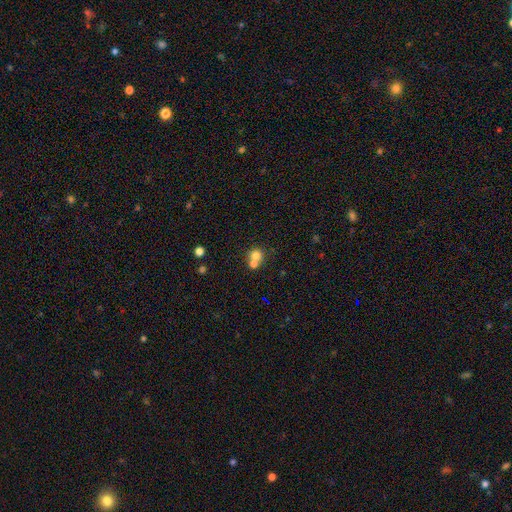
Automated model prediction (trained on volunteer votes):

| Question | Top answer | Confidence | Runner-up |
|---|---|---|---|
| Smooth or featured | smooth | 73% | featured or disk (15%) |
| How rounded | round | 85% | in between (14%) |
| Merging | merger | 55% | none (37%) |